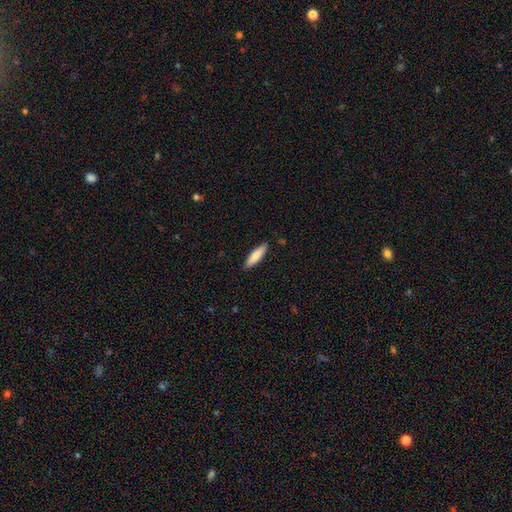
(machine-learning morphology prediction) Smooth or featured? Predicted: smooth (p=0.79). How rounded? Predicted: cigar-shaped (p=0.67). Merging? Predicted: none (p=0.88).